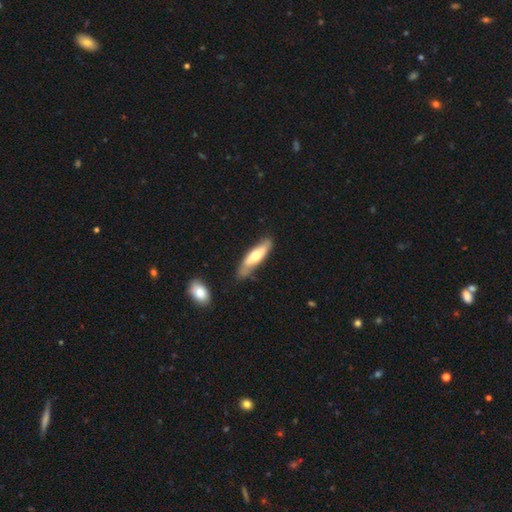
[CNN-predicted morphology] A smooth galaxy with no disk features (56%) that is cigar-shaped (64%). Merging: none (67%).